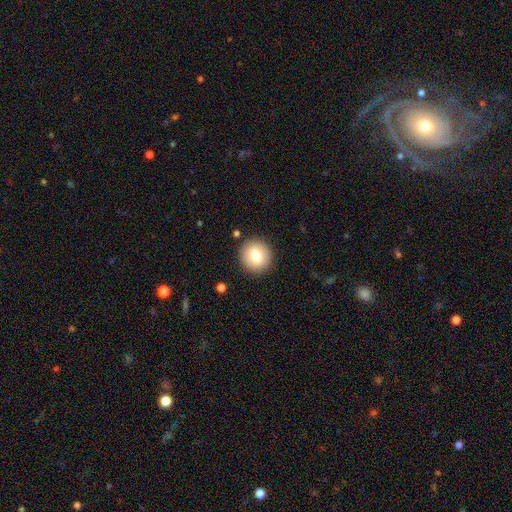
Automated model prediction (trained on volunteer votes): smooth-or-featured: smooth: 76% | featured or disk: 16% | star or artifact: 8%
  how-rounded: round: 87% | in between: 12% | cigar-shaped: 1%
  merging: none: 89% | minor disturbance: 7% | major disturbance: 2% | merger: 2%